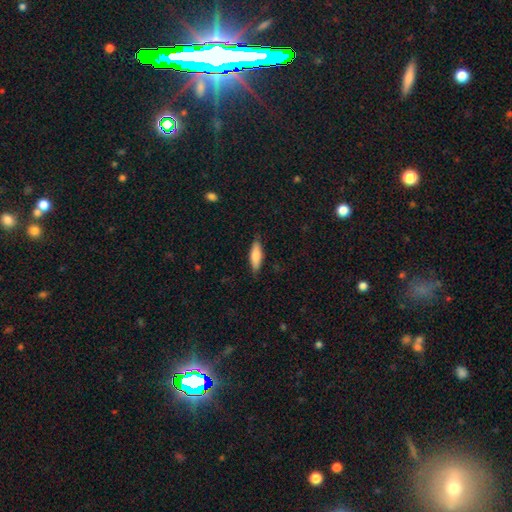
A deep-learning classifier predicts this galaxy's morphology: A smooth galaxy with no disk features (78%) that is in between round and cigar-shaped (50%).

Vote fractions:
- Smooth or featured? smooth: 78% / featured or disk: 16% / star or artifact: 6%
- How rounded? in between: 50% / cigar-shaped: 48% / round: 2%
- Merging? none: 85% / minor disturbance: 12% / major disturbance: 2% / merger: 1%